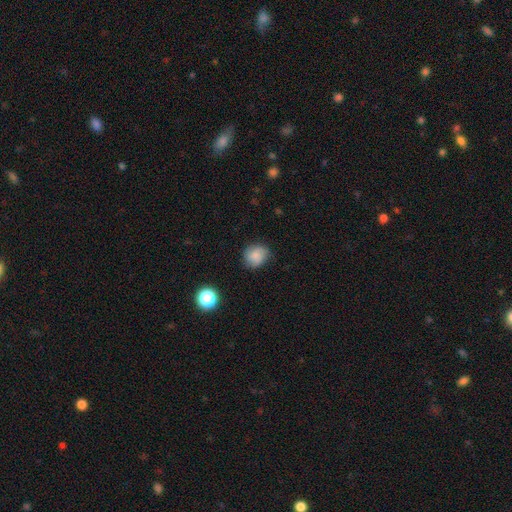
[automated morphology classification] smooth_or_featured: smooth (p=0.74) [alt: featured or disk p=0.16]
how_rounded: round (p=0.73) [alt: in between p=0.26]
merging: none (p=0.77) [alt: minor disturbance p=0.18]